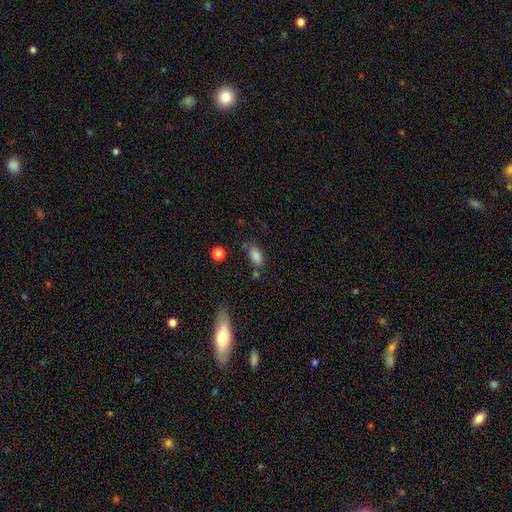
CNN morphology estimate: A smooth galaxy with no disk features (83%) that is in between round and cigar-shaped (88%). Merging: none (57%).